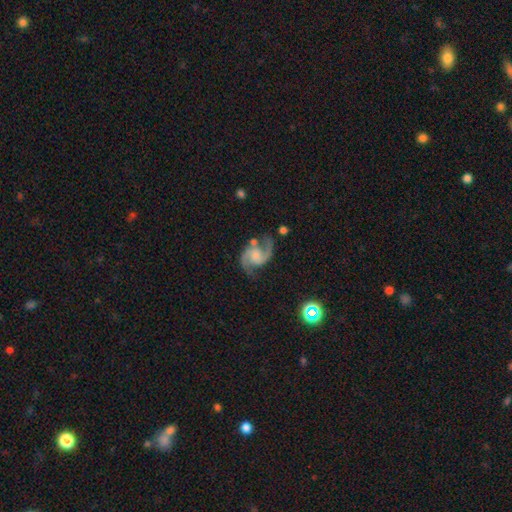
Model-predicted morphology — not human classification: Smooth or featured?
  - featured or disk: 90% *
  - star or artifact: 5%
  - smooth: 5%
Edge-on disk?
  - no: 98% *
  - yes: 2%
Bar?
  - no: 56% *
  - weak: 36%
  - strong: 8%
Spiral arms?
  - yes: 98% *
  - no: 2%
Spiral winding?
  - medium: 54% *
  - loose: 34%
  - tight: 11%
Spiral arm count?
  - 2: 94% *
  - 1: 2%
  - can't tell: 2%
  - 3: 1%
  - 4: 1%
  - more than 4: 1%
Bulge size?
  - none: 38% *
  - moderate: 26%
  - small: 22%
  - large: 12%
  - dominant: 2%
Merging?
  - none: 70% *
  - minor disturbance: 17%
  - major disturbance: 8%
  - merger: 5%